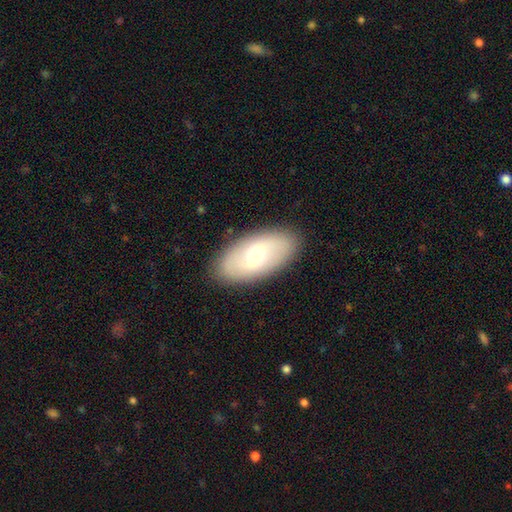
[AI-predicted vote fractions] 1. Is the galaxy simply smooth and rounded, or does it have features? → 48% smooth, 45% featured or disk, 7% star or artifact.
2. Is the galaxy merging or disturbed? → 88% none, 9% minor disturbance, 3% major disturbance, 1% merger.